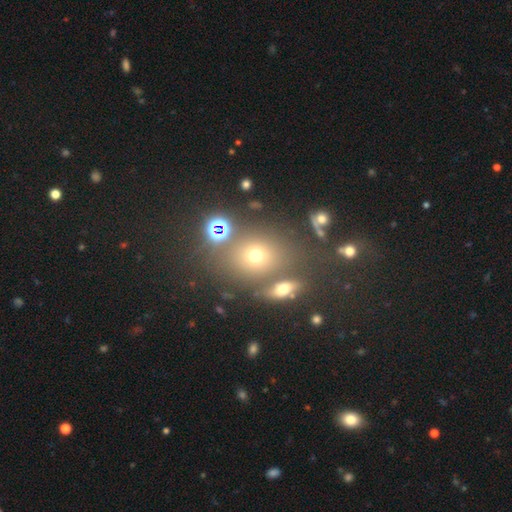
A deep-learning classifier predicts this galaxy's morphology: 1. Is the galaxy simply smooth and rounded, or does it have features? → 60% smooth, 25% star or artifact, 14% featured or disk.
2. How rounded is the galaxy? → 66% round, 32% in between, 2% cigar-shaped.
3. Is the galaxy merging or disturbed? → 69% none, 15% merger, 11% minor disturbance, 5% major disturbance.